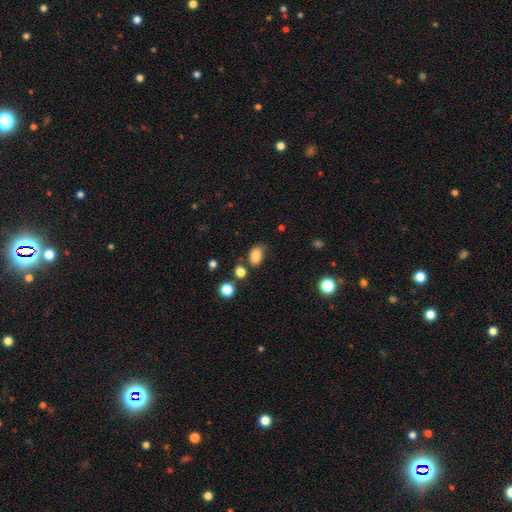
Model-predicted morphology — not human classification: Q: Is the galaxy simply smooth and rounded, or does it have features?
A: smooth — 82%.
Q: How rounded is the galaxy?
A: in between — 83%.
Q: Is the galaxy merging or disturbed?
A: none — 68%.